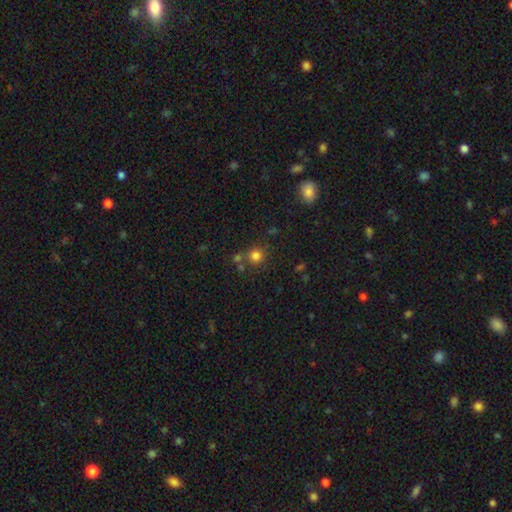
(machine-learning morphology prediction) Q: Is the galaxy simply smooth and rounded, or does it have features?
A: smooth — 78%.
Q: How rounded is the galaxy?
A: round — 91%.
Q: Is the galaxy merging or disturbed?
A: none — 70%.